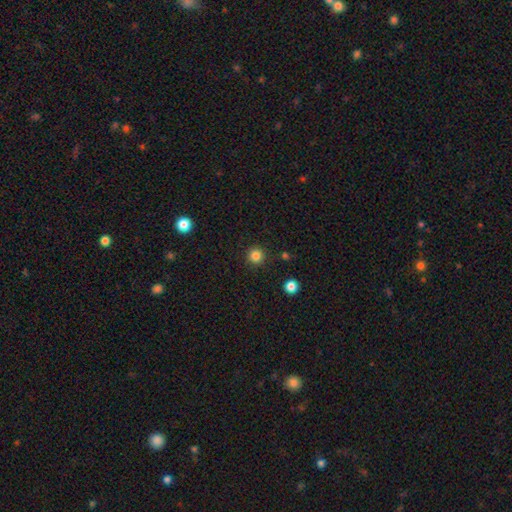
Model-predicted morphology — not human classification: smooth-or-featured: smooth: 83% | star or artifact: 12% | featured or disk: 4%
  how-rounded: round: 96% | in between: 3% | cigar-shaped: 1%
  merging: none: 91% | minor disturbance: 5% | major disturbance: 2% | merger: 2%